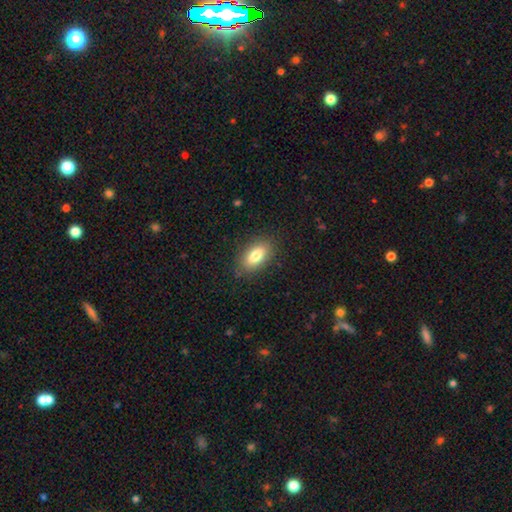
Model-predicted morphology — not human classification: Smooth or featured? smooth (80%)
How rounded? in between (88%)
Merging? none (85%)